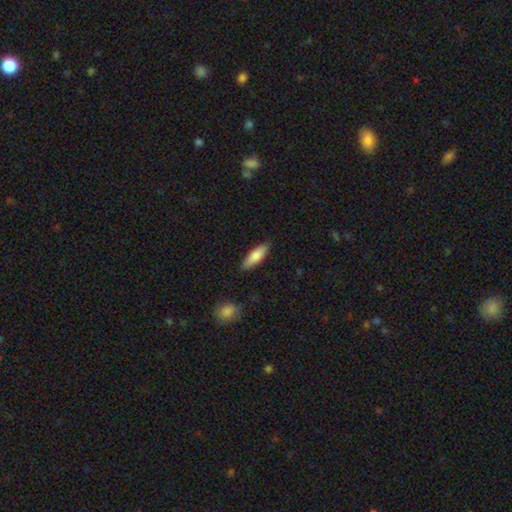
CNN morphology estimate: This appears to be a smooth galaxy with no disk features (79%) that is in between round and cigar-shaped (56%). Merging: none (85%).